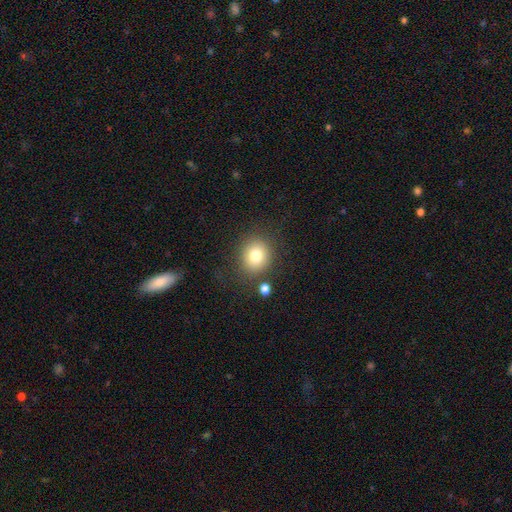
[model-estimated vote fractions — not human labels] This appears to be a smooth galaxy with no disk features (79%) that is round (78%). Merging: none (79%).